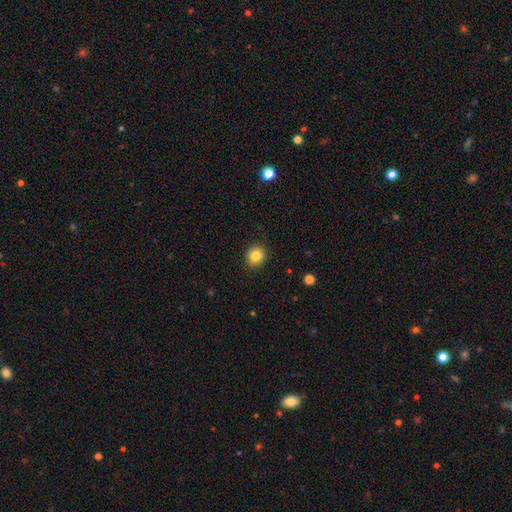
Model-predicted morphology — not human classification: smooth 84%, star or artifact 10%, featured or disk 6%. Down the decision tree: how rounded — round (87%); merging — none (91%).